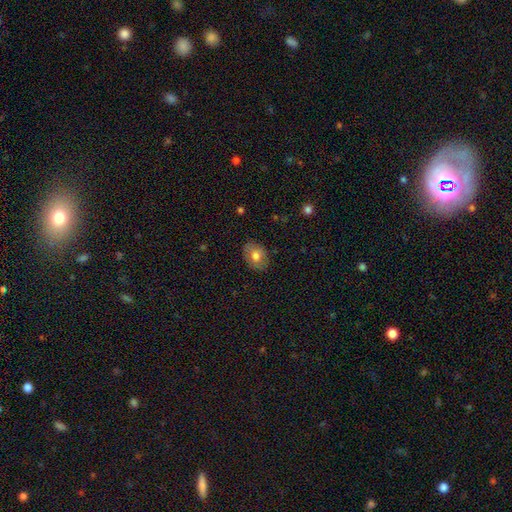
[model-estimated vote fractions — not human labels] The model was most divided on "how rounded": in between: 71%, round: 28%, cigar-shaped: 1%. More confident: merging — none (83%); smooth or featured — smooth (72%).